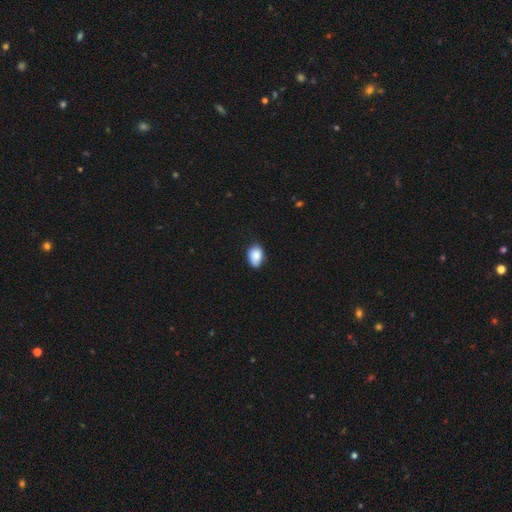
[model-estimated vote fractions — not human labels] Q: Smooth or featured?
A: smooth (88%); runner-up: star or artifact (7%)
Q: How rounded?
A: in between (85%); runner-up: round (13%)
Q: Merging?
A: none (76%); runner-up: minor disturbance (20%)